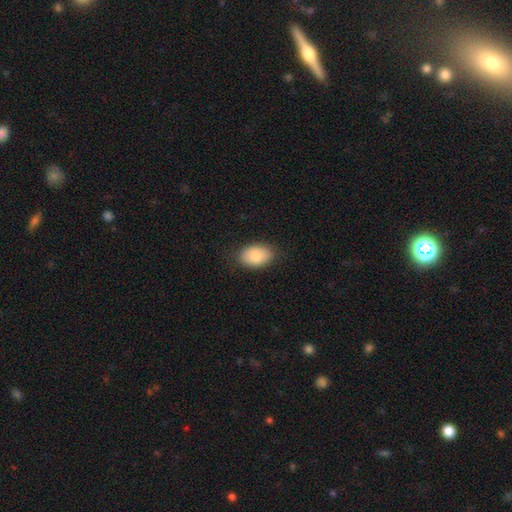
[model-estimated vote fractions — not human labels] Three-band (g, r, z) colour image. It shows a smooth galaxy with no disk features (85%) that is in between round and cigar-shaped (88%). Merging: none (86%).